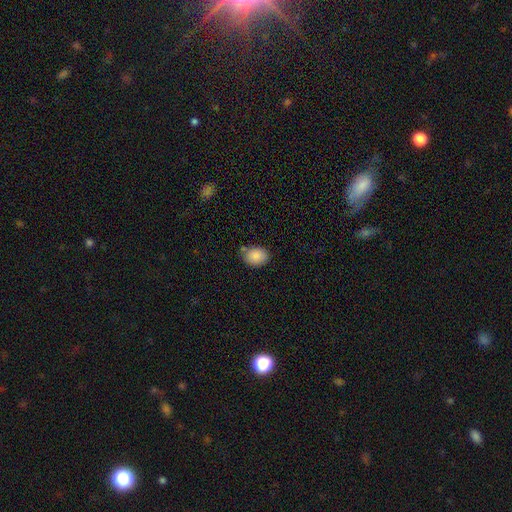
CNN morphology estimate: smooth 88%, star or artifact 7%, featured or disk 4%. Down the decision tree: how rounded — in between (66%); merging — none (71%).